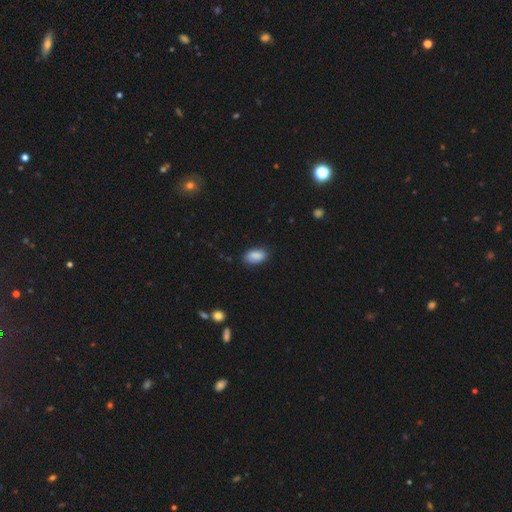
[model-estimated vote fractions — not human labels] Smooth or featured? smooth (88%)
How rounded? in between (92%)
Merging? none (82%)